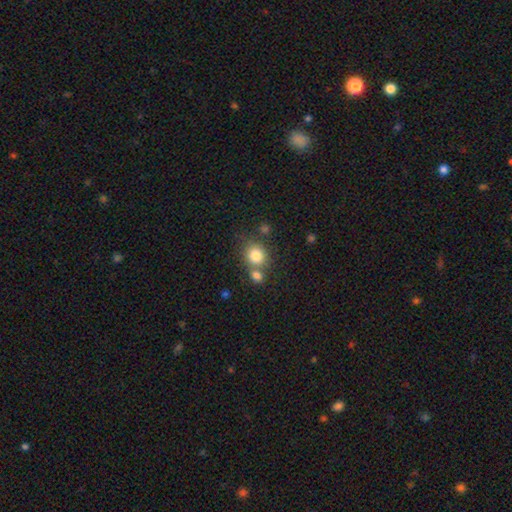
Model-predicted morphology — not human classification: A smooth galaxy with no disk features (81%) that is round (76%). Merging: none (56%).